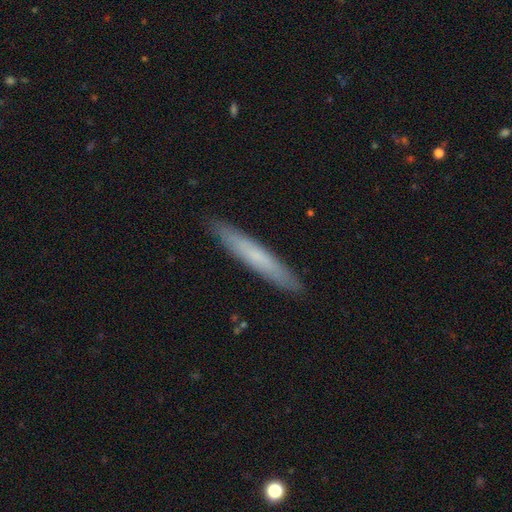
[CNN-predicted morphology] The model was most divided on "smooth or featured": smooth: 61%, featured or disk: 33%, star or artifact: 6%. More confident: how rounded — cigar-shaped (95%); merging — none (91%).